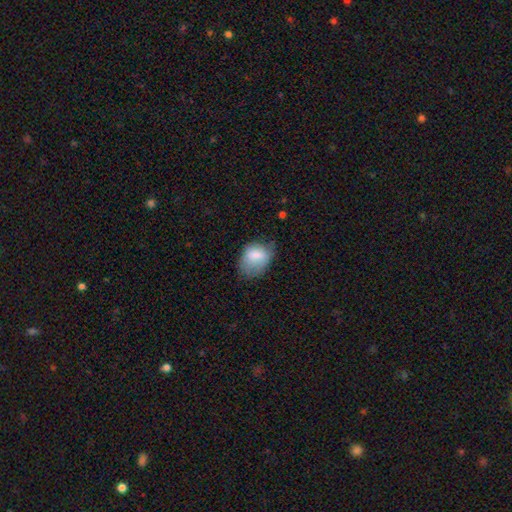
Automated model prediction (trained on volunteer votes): This appears to be a smooth galaxy with no disk features (78%) that is in between round and cigar-shaped (70%). Merging: none (42%).